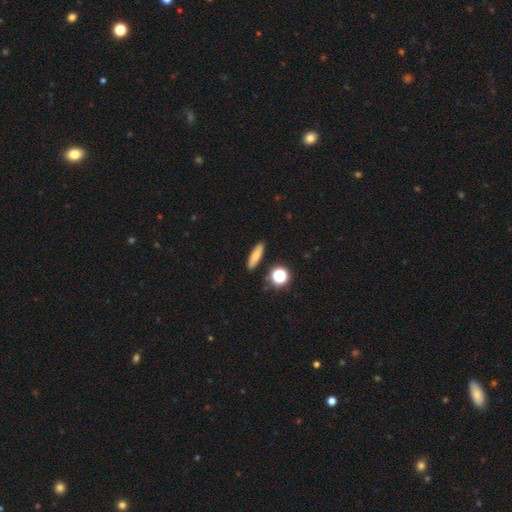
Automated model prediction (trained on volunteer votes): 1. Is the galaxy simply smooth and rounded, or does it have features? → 76% smooth, 13% featured or disk, 11% star or artifact.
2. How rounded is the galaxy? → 68% cigar-shaped, 24% in between, 8% round.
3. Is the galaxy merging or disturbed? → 88% none, 8% minor disturbance, 3% merger, 2% major disturbance.